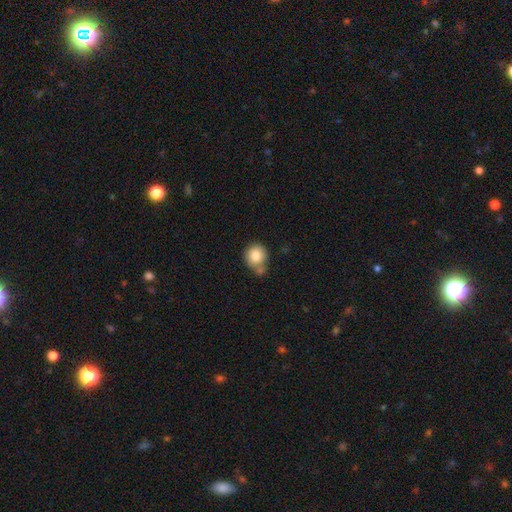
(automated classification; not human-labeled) Smooth or featured? Predicted: smooth (p=0.83). How rounded? Predicted: round (p=0.86). Merging? Predicted: none (p=0.54).